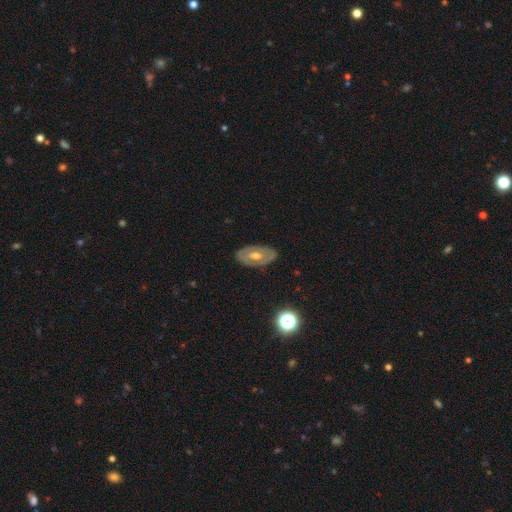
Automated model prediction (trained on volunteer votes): featured or disk 60%, smooth 32%, star or artifact 8%. Down the decision tree: edge-on disk — no (89%); bar — no (60%); spiral arms — no (63%); bulge size — moderate (72%); merging — none (83%).